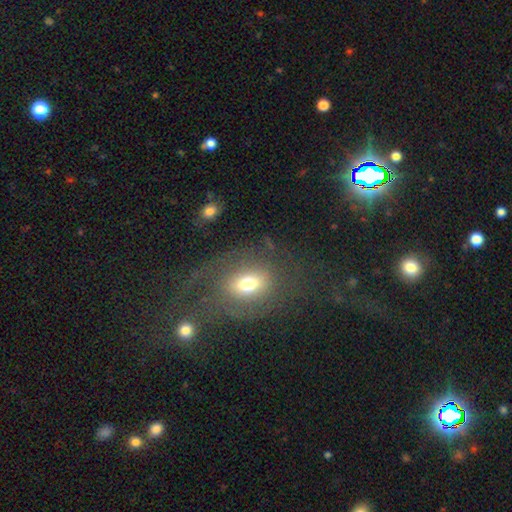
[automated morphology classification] type=smooth (45%); merging=none (45%).